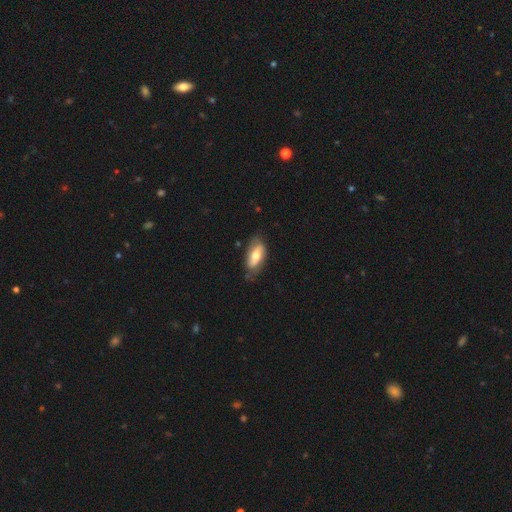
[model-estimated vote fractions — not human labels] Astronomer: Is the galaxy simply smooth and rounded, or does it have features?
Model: smooth — 55% (runner-up: featured or disk, 40%).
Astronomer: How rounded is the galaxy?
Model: in between — 87%.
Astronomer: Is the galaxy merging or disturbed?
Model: none — 72%.